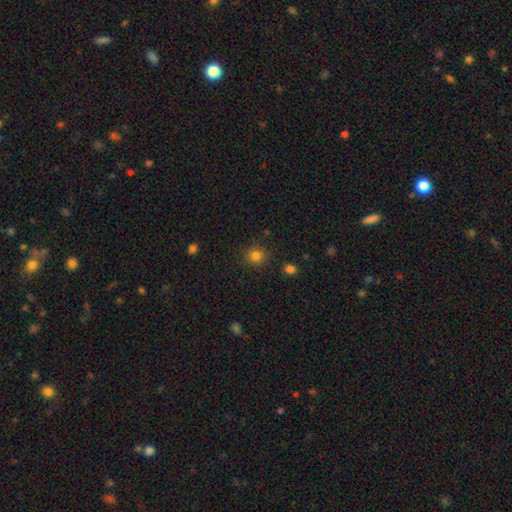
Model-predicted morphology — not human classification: Smooth or featured: smooth — 81% (star or artifact — 14%)
How rounded: round — 88% (in between — 11%)
Merging: none — 88% (minor disturbance — 8%)